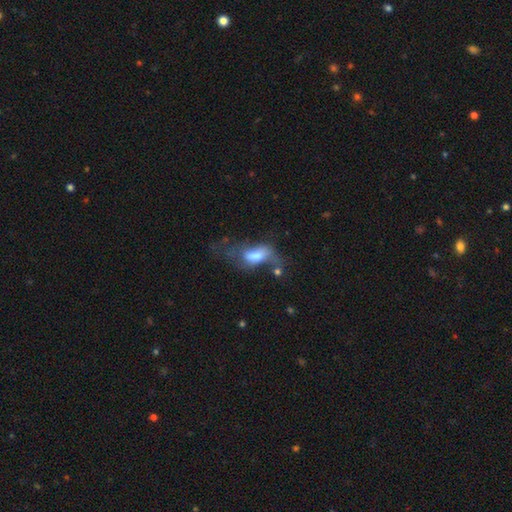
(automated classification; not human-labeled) This appears to be a smooth galaxy with no disk features (57%) that is in between round and cigar-shaped (83%). Merging: major disturbance (46%).